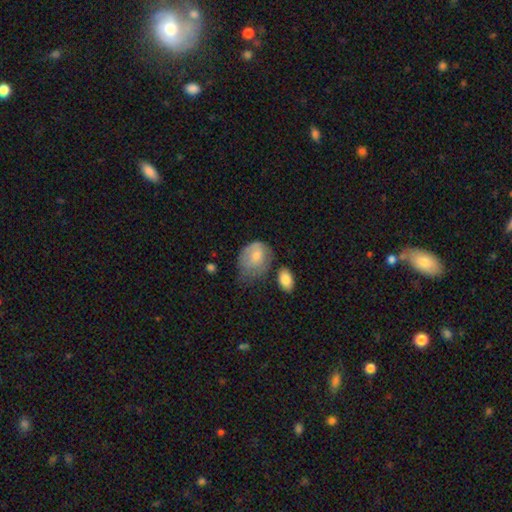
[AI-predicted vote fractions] A smooth galaxy with no disk features (69%) that is in between round and cigar-shaped (57%).

Vote fractions:
- Smooth or featured? smooth: 69% / featured or disk: 24% / star or artifact: 7%
- How rounded? in between: 57% / round: 42% / cigar-shaped: 1%
- Merging? minor disturbance: 37% / major disturbance: 30% / none: 26% / merger: 7%